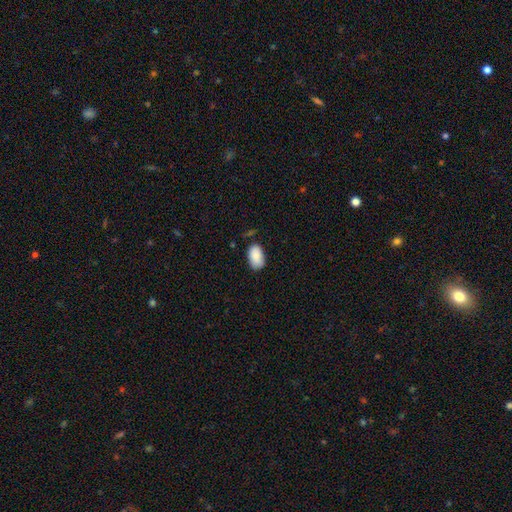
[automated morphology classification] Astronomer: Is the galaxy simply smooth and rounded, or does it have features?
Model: smooth — 88%.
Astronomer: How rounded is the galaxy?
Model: in between — 94%.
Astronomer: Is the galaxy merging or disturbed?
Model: none — 71%.